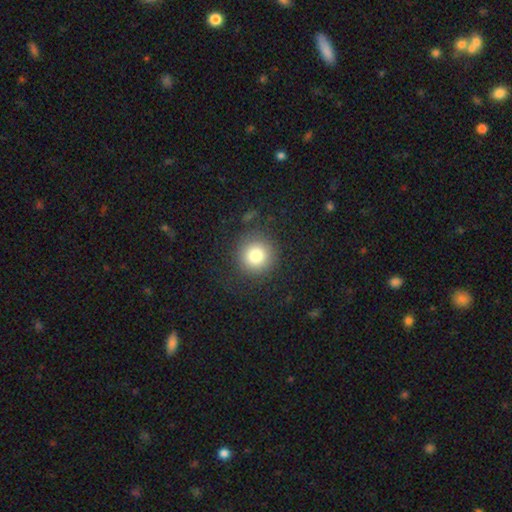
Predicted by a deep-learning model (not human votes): A smooth galaxy with no disk features (80%) that is round (94%).

Vote fractions:
- Smooth or featured? smooth: 80% / star or artifact: 11% / featured or disk: 9%
- How rounded? round: 94% / in between: 5% / cigar-shaped: 1%
- Merging? none: 85% / minor disturbance: 9% / major disturbance: 5% / merger: 1%